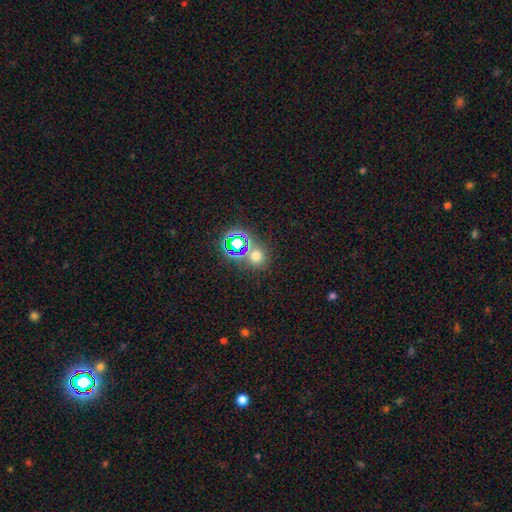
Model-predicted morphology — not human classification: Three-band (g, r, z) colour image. It shows a smooth galaxy with no disk features (57%) that is round (82%). Merging: none (67%).